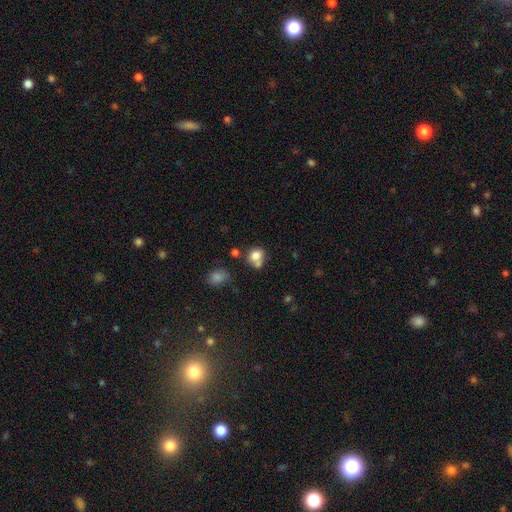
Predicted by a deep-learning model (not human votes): smooth 77%, featured or disk 12%, star or artifact 11%. Down the decision tree: how rounded — round (62%); merging — none (44%).